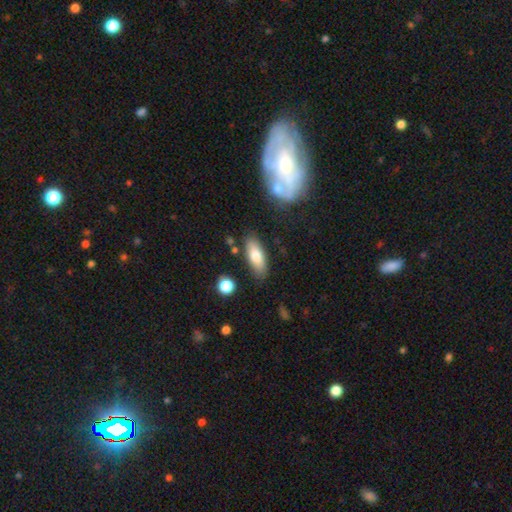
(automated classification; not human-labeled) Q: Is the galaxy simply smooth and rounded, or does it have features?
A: smooth — 77%.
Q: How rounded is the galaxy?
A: in between — 73%.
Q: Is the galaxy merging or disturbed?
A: none — 81%.